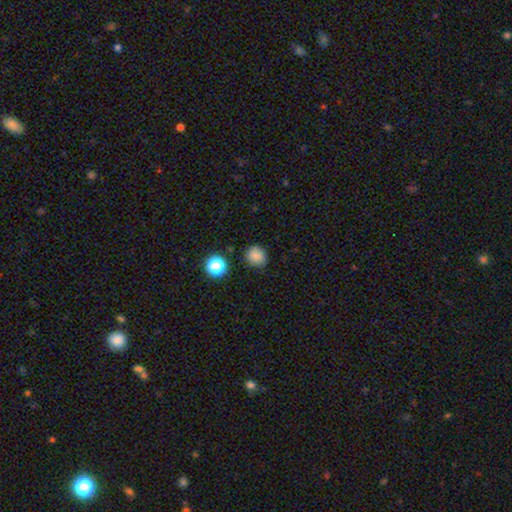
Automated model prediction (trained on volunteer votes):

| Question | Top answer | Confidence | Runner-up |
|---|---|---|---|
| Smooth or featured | smooth | 83% | star or artifact (13%) |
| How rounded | round | 82% | in between (17%) |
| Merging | none | 84% | minor disturbance (11%) |